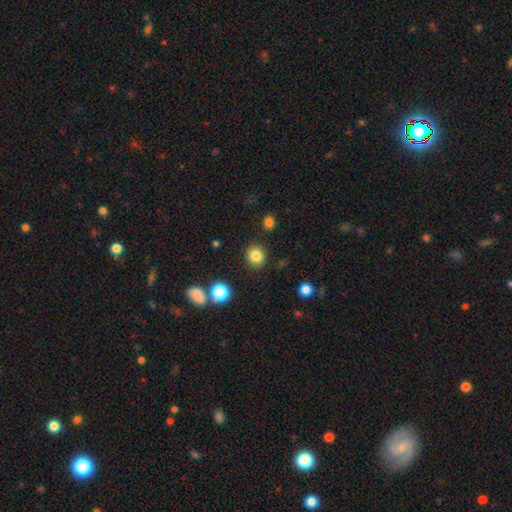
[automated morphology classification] A smooth galaxy with no disk features (83%) that is round (78%). Merging: none (87%).